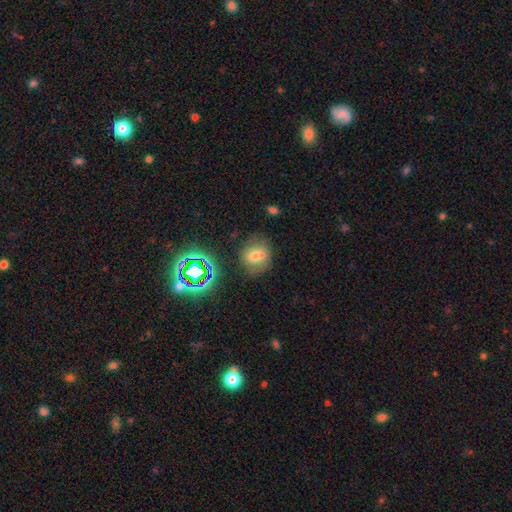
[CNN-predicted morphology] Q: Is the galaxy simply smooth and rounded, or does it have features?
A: smooth — 63%.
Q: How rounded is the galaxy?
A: round — 68%.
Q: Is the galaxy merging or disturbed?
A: none — 59%.